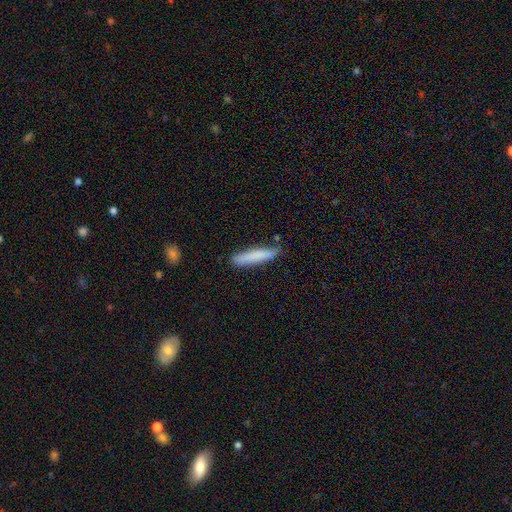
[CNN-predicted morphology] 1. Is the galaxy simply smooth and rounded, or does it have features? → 79% smooth, 15% featured or disk, 6% star or artifact.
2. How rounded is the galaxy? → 92% cigar-shaped, 7% in between, 1% round.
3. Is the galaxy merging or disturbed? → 83% none, 13% minor disturbance, 2% merger, 2% major disturbance.